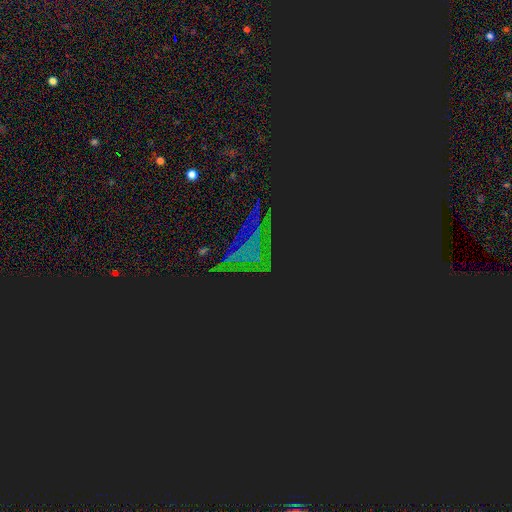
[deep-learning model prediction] Morphology: type=star or artifact (77%).